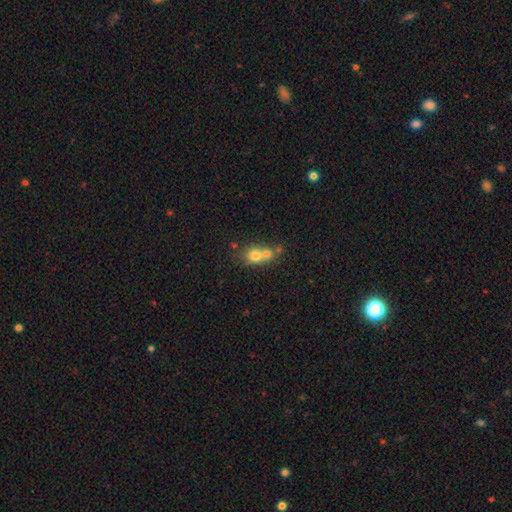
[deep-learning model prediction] Smooth or featured?
  - smooth: 71% *
  - featured or disk: 17%
  - star or artifact: 12%
How rounded?
  - round: 71% *
  - in between: 28%
  - cigar-shaped: 1%
Merging?
  - merger: 60% *
  - none: 30%
  - minor disturbance: 7%
  - major disturbance: 3%